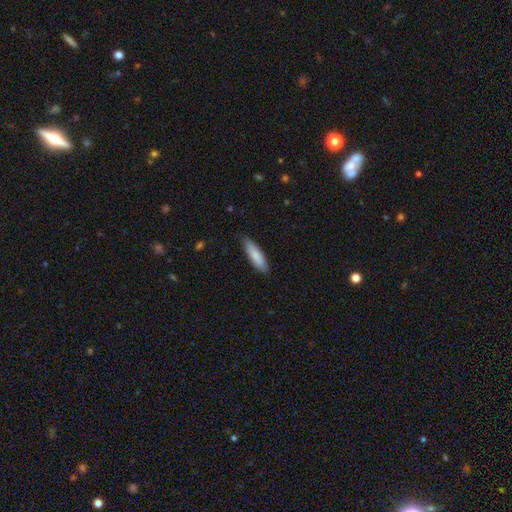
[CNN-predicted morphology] A smooth galaxy with no disk features (85%) that is cigar-shaped (64%). Merging: none (86%).